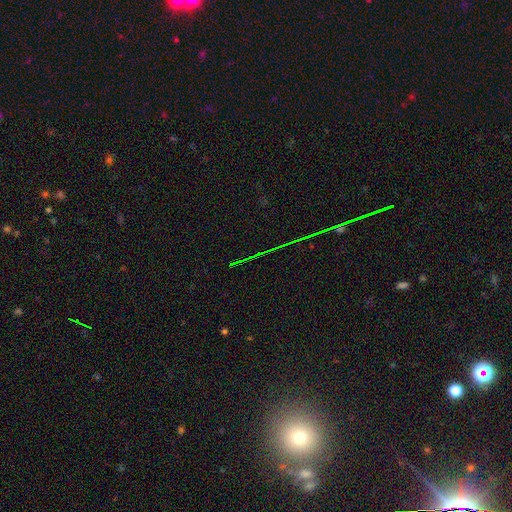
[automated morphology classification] A star or artifact, not a galaxy (81%).